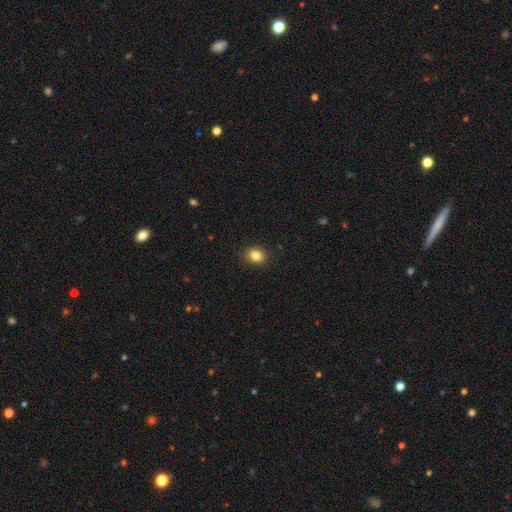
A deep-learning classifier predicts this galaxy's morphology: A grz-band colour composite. It shows a smooth galaxy with no disk features (83%) that is in between round and cigar-shaped (51%). Merging: none (89%).